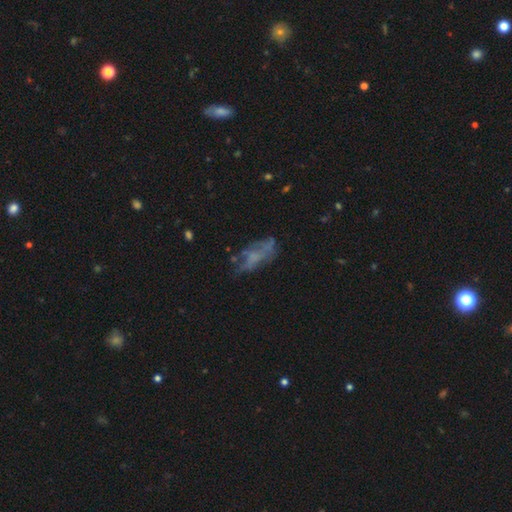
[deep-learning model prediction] A featured or disk galaxy (48%). Merging: none (49%).